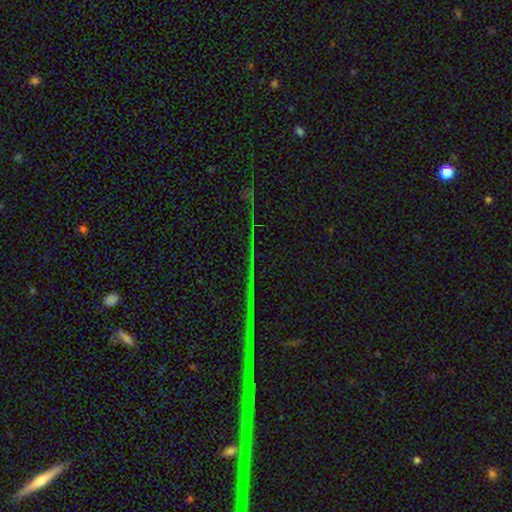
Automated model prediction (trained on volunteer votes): Overall: star or artifact (81%).